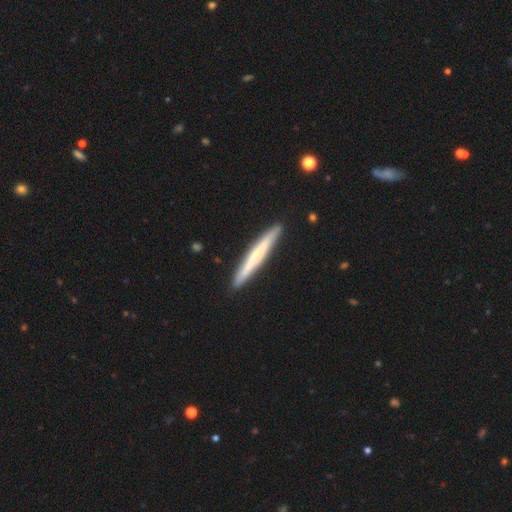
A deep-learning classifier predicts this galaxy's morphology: The model was most divided on "smooth or featured": featured or disk: 50%, smooth: 45%, star or artifact: 5%. More confident: merging — none (91%).